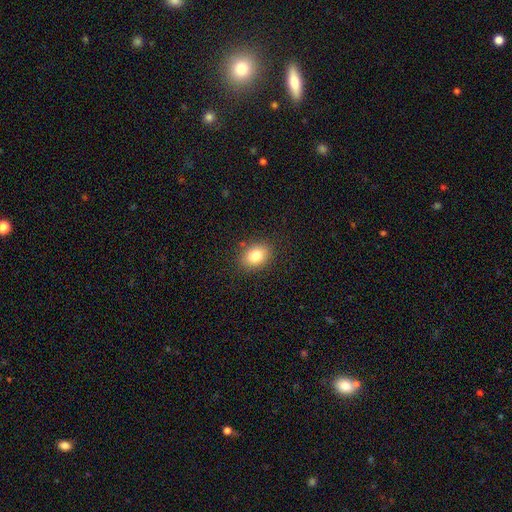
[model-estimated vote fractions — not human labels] Q: Smooth or featured?
A: smooth (82%); runner-up: star or artifact (10%)
Q: How rounded?
A: in between (62%); runner-up: round (37%)
Q: Merging?
A: none (87%); runner-up: minor disturbance (9%)